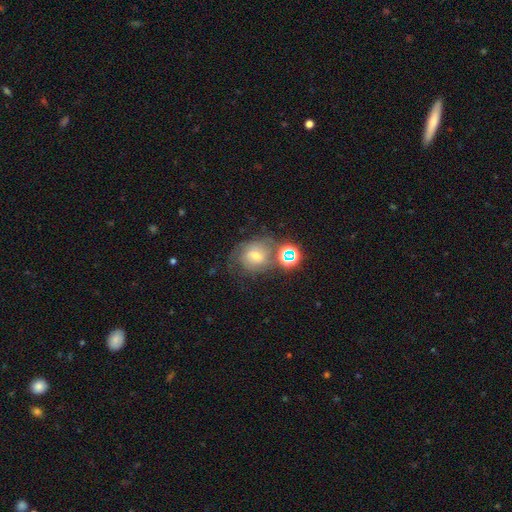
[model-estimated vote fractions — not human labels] featured or disk 41%, smooth 33%, star or artifact 26%. Down the decision tree: merging — none (50%).